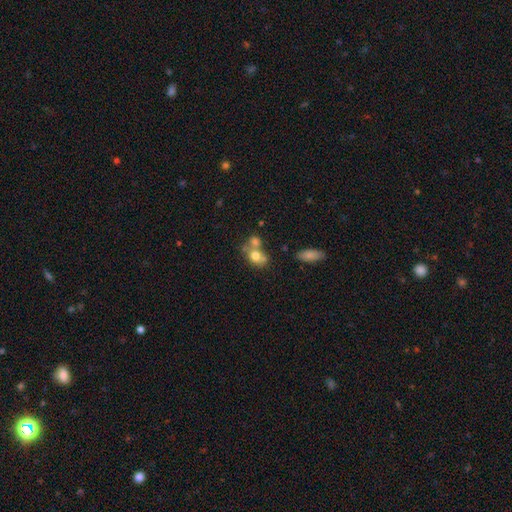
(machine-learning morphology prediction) Smooth or featured? smooth (70%)
How rounded? round (51%)
Merging? merger (52%)